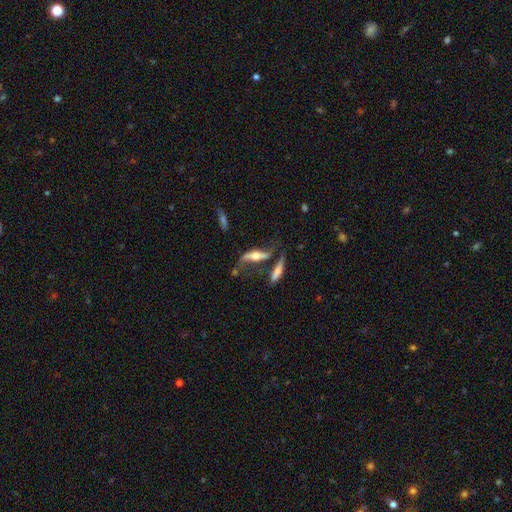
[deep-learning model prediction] Smooth or featured? featured or disk (68%)
Edge-on disk? yes (54%)
Merging? none (44%)